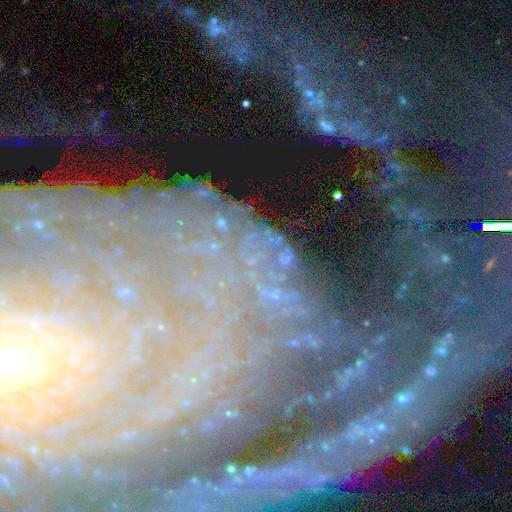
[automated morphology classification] This appears to be a star or artifact, not a galaxy (51%).